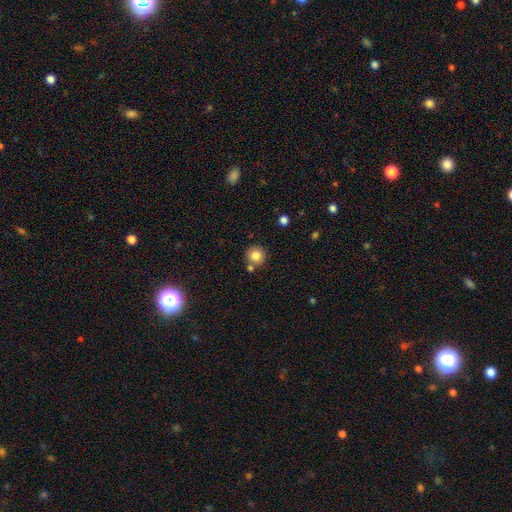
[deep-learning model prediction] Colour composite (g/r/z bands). It shows a smooth galaxy with no disk features (82%) that is round (92%). Merging: none (76%).